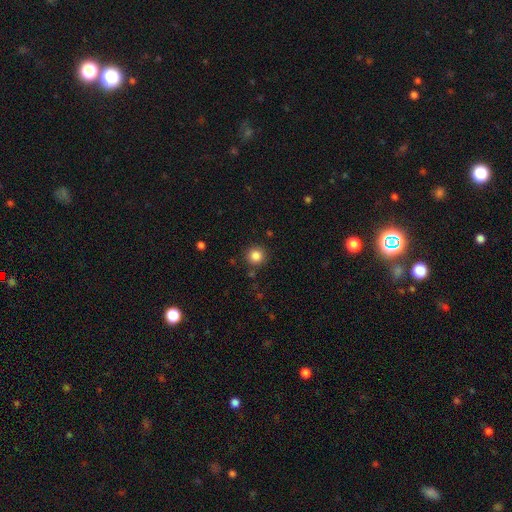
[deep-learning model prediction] This appears to be a smooth galaxy with no disk features (84%) that is round (94%). Merging: none (88%).